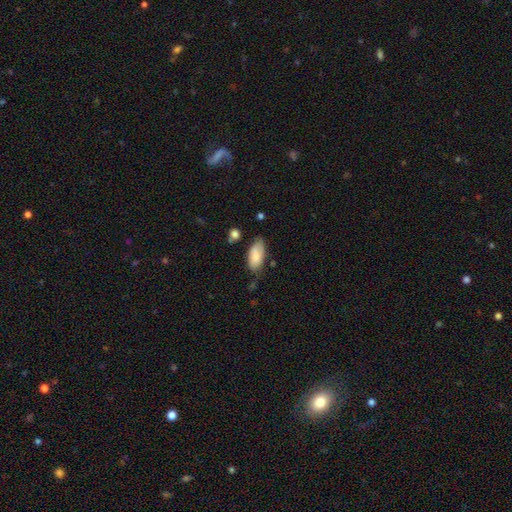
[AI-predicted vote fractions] A smooth galaxy with no disk features (83%) that is in between round and cigar-shaped (90%). Merging: none (60%).